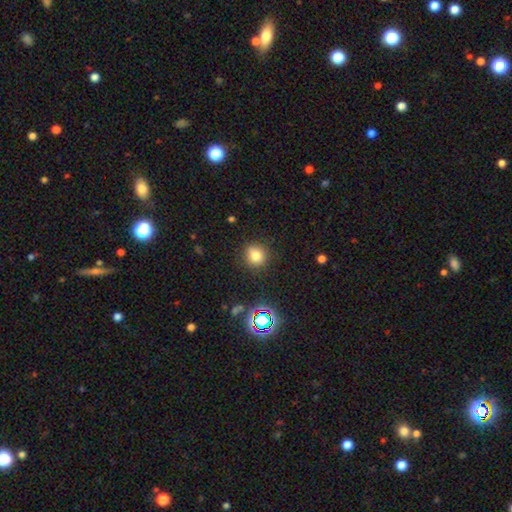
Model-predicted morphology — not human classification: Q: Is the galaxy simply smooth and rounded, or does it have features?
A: smooth — 76%.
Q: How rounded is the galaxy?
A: round — 85%.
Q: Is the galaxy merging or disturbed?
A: none — 85%.